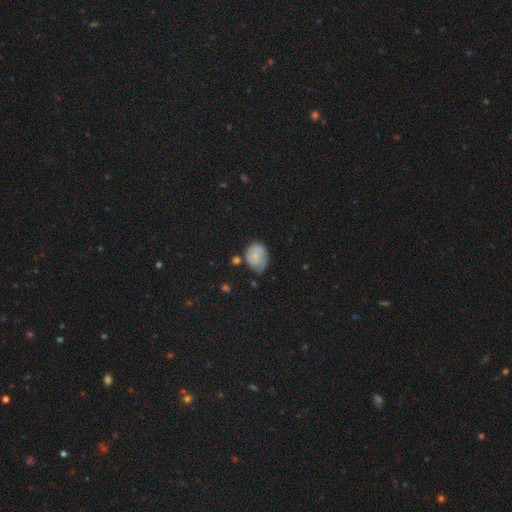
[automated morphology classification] Smooth or featured: smooth — 52% (featured or disk — 39%)
How rounded: in between — 63% (round — 36%)
Merging: none — 47% (minor disturbance — 35%)